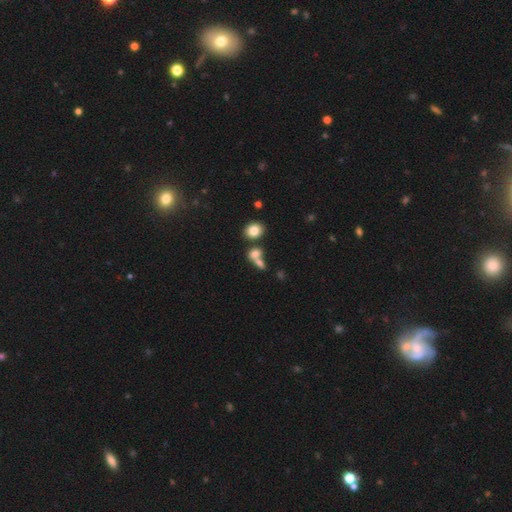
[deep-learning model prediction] The model was most divided on "merging": merger: 47%, none: 39%, minor disturbance: 9%, major disturbance: 5%. More confident: smooth or featured — smooth (75%); how rounded — in between (56%).